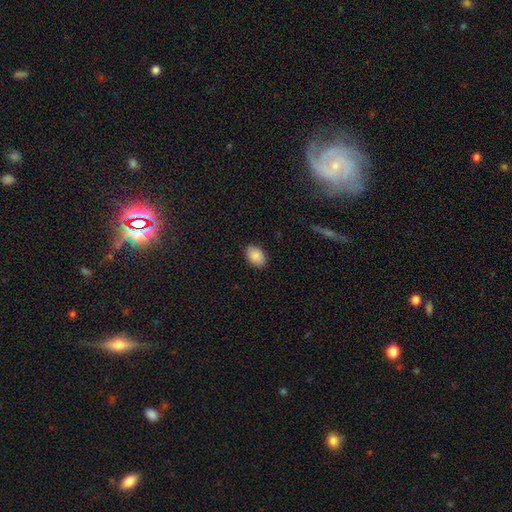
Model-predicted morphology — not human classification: Overall: smooth (88%). How rounded: in between (84%). Merging: none (89%).